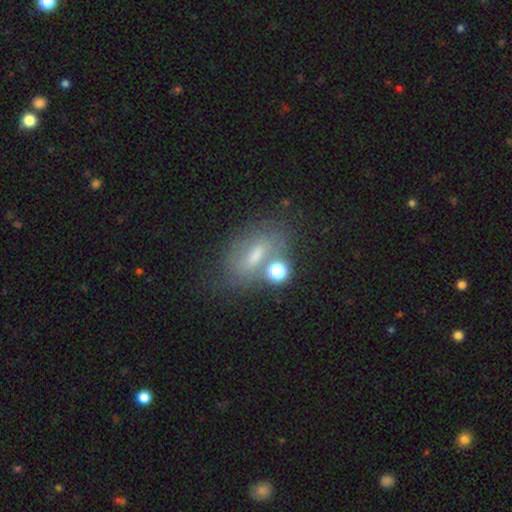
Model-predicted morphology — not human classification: This appears to be a smooth galaxy with no disk features (51%) that is in between round and cigar-shaped (72%). Merging: none (52%).